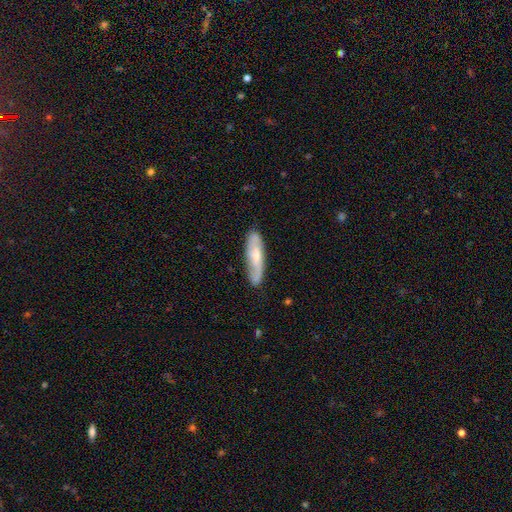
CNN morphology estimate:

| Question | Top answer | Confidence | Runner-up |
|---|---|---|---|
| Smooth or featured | featured or disk | 52% | smooth (42%) |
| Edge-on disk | no | 69% | yes (31%) |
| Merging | none | 80% | minor disturbance (16%) |